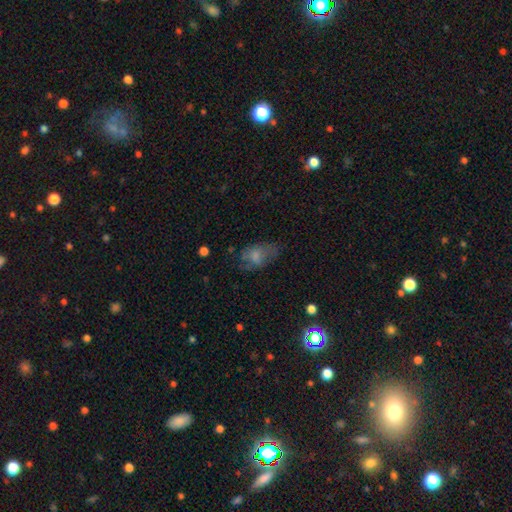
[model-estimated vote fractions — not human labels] Smooth or featured? smooth (65%)
How rounded? in between (86%)
Merging? none (48%)